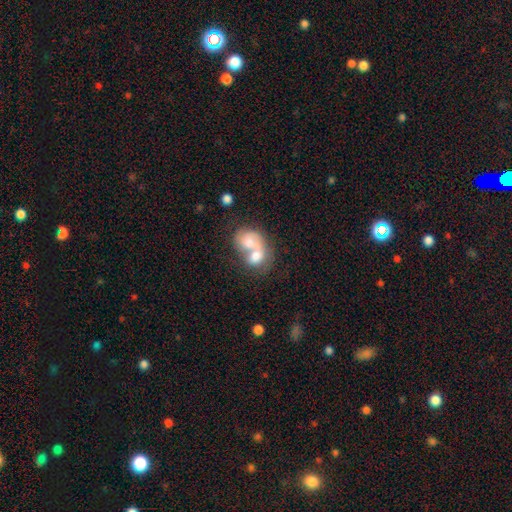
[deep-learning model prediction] smooth 58%, featured or disk 35%, star or artifact 6%. Down the decision tree: how rounded — in between (53%); merging — merger (81%).